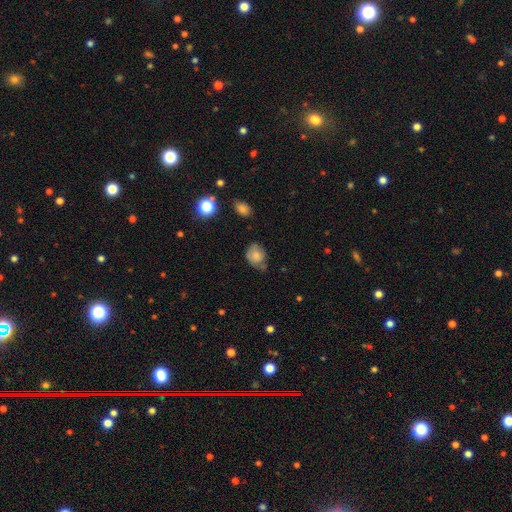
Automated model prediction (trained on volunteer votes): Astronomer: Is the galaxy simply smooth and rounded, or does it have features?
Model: smooth — 75%.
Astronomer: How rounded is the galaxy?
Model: round — 53% (runner-up: in between, 46%).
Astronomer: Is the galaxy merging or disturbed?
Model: none — 48% (runner-up: minor disturbance, 37%).